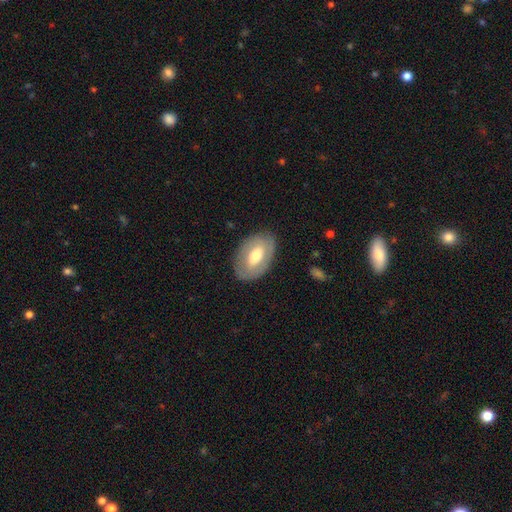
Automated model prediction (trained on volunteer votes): This is possibly a featured or disk galaxy (50%). Merging: clearly none (82%).